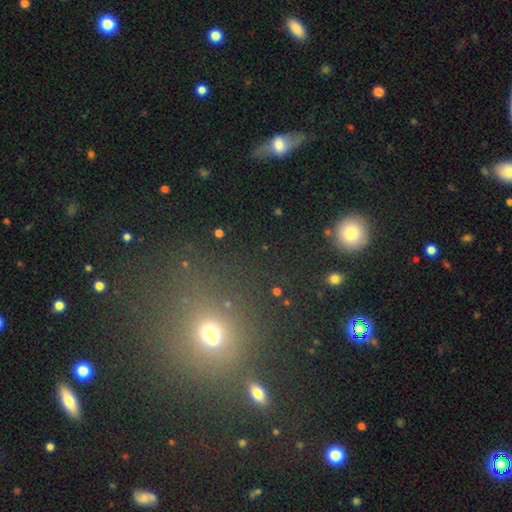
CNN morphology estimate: smooth_or_featured: smooth (p=0.46) [alt: star or artifact p=0.43]
merging: none (p=0.82) [alt: minor disturbance p=0.09]